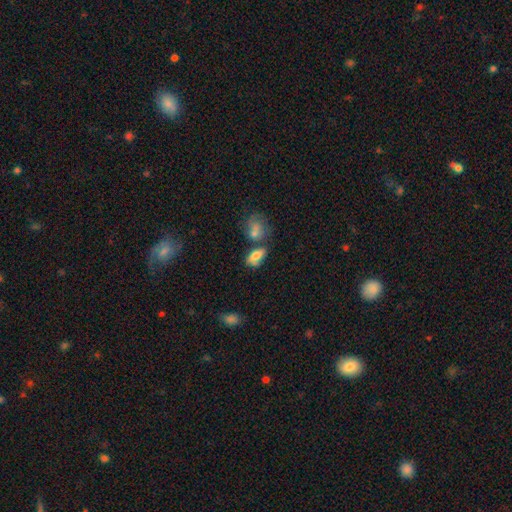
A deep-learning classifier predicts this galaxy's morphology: smooth-or-featured: smooth: 70% | featured or disk: 20% | star or artifact: 9%
  how-rounded: in between: 85% | cigar-shaped: 8% | round: 7%
  merging: none: 46% | minor disturbance: 22% | merger: 22% | major disturbance: 10%